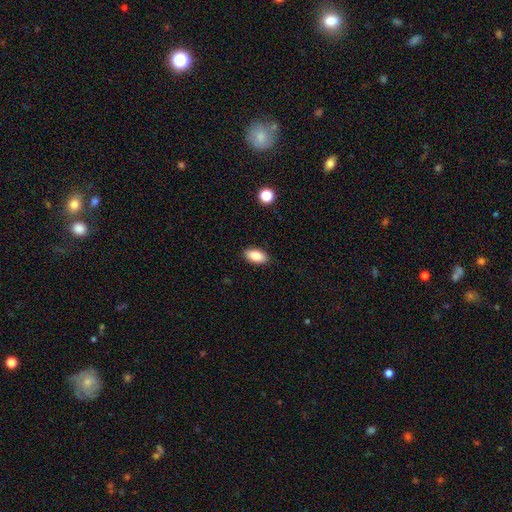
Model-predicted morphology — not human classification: A smooth galaxy with no disk features (86%) that is in between round and cigar-shaped (92%). Merging: none (90%).